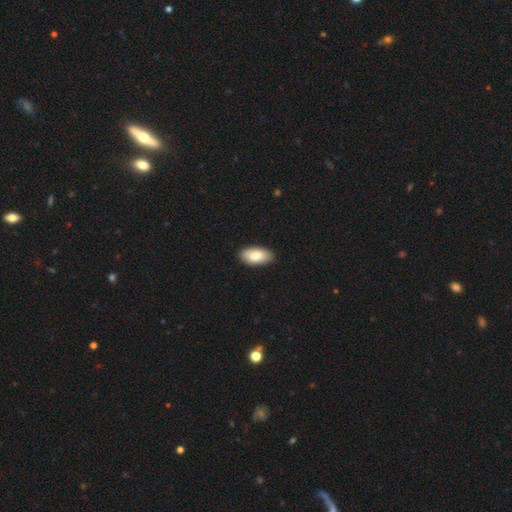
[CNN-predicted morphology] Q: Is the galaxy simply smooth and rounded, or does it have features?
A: smooth — 83%.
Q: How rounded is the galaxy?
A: in between — 94%.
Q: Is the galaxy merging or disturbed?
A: none — 88%.